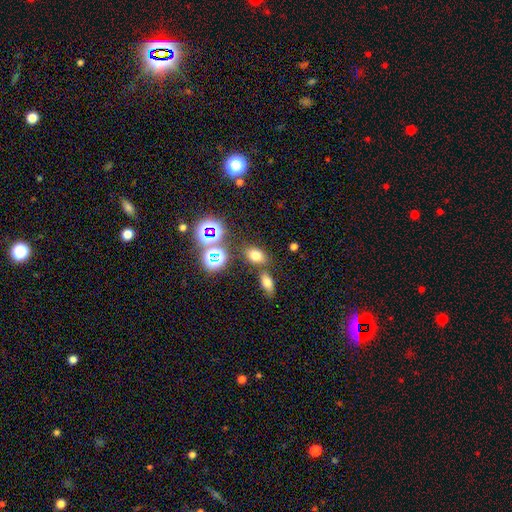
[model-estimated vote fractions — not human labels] smooth 69%, star or artifact 22%, featured or disk 9%. Down the decision tree: how rounded — in between (80%); merging — none (73%).